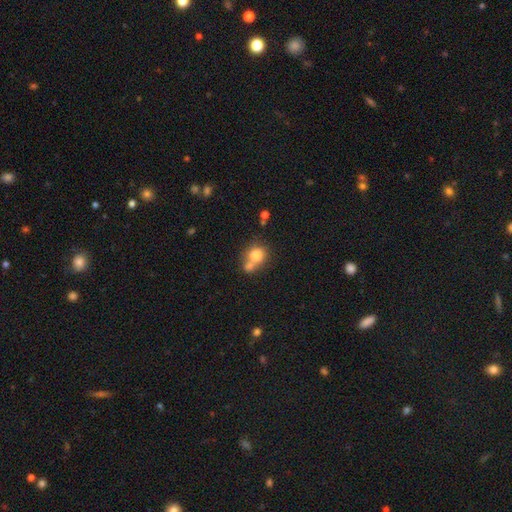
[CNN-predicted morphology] Smooth or featured: smooth — 77% (featured or disk — 13%)
How rounded: round — 69% (in between — 30%)
Merging: merger — 49% (none — 34%)